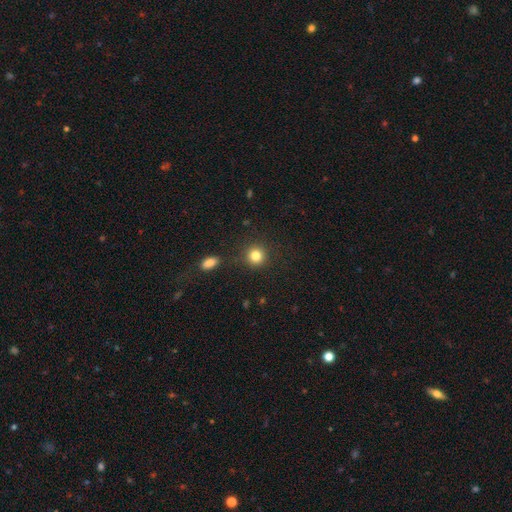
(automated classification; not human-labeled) Overall: smooth (83%). How rounded: round (91%). Merging: none (88%).